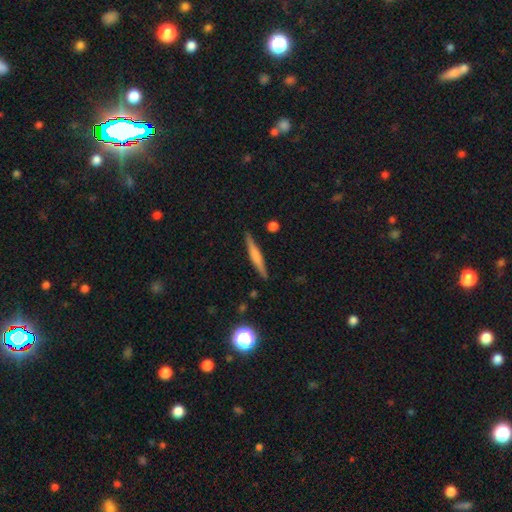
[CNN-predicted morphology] Overall: featured or disk (52%; smooth 41%). Edge-on disk: yes (97%). Edge-on bulge: rounded (45%; boxy 28%). Merging: none (89%).